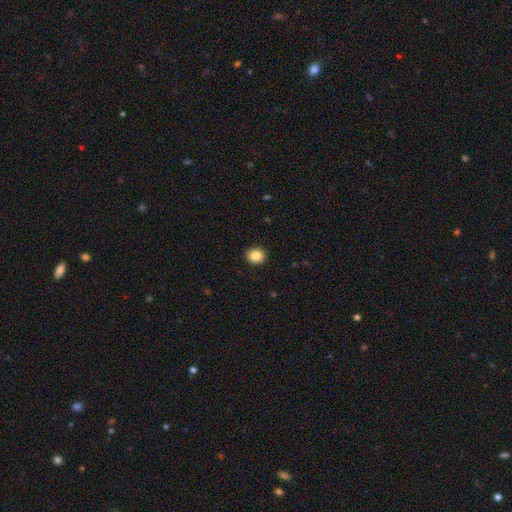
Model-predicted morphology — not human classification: Smooth or featured? Predicted: smooth (p=0.87). How rounded? Predicted: round (p=0.74). Merging? Predicted: none (p=0.91).